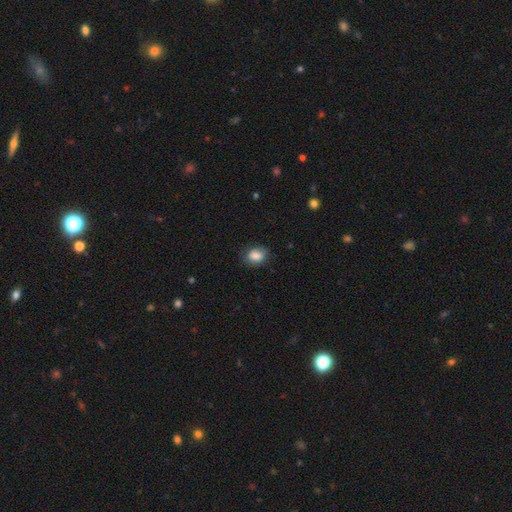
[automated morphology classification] Smooth or featured?
  - smooth: 86% *
  - star or artifact: 8%
  - featured or disk: 6%
How rounded?
  - in between: 71% *
  - round: 28%
  - cigar-shaped: 1%
Merging?
  - none: 75% *
  - minor disturbance: 19%
  - major disturbance: 4%
  - merger: 1%